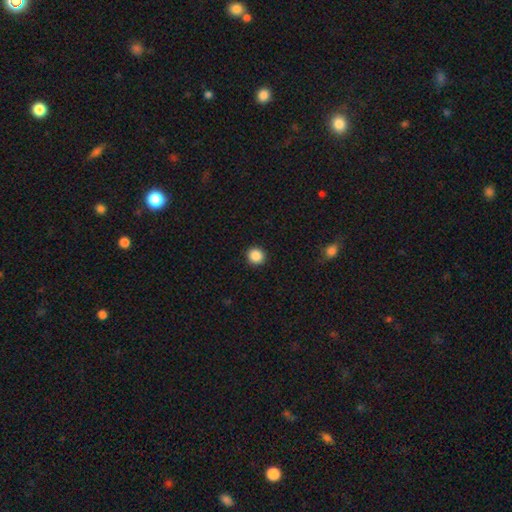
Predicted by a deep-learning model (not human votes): Morphology: type=smooth (88%); roundness=round (92%); merging=none (92%).